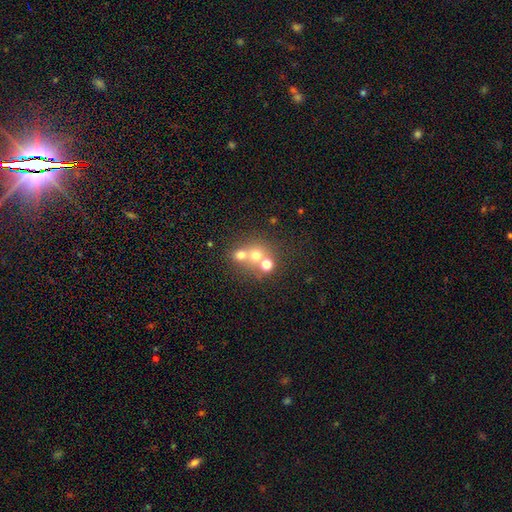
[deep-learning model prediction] This appears to be a smooth galaxy with no disk features (61%) that is round (82%). Merging: merger (51%).